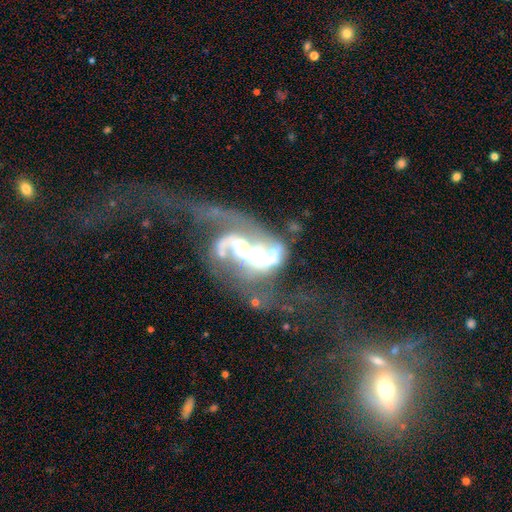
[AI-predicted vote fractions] A featured or disk galaxy (84%) with a strong bar (35%), 2 (61%) loose (62%) spiral arms (85%) and a moderate central bulge (49%). Merging: merger (40%).